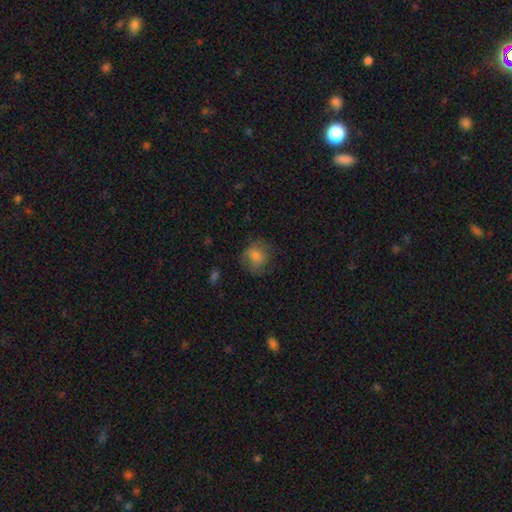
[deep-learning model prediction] The model was most divided on "how rounded": round: 71%, in between: 28%, cigar-shaped: 1%. More confident: smooth or featured — smooth (73%); merging — none (69%).